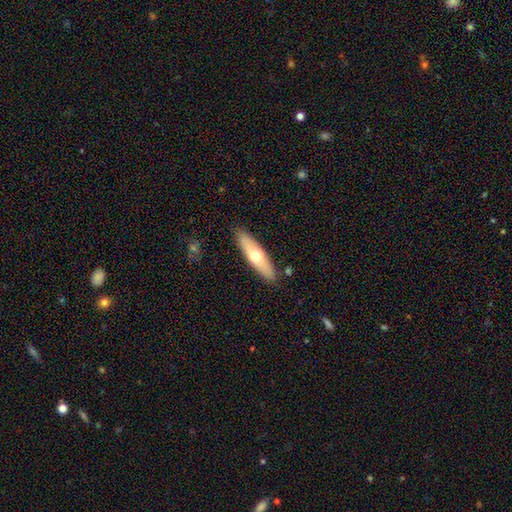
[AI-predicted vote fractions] smooth 56%, featured or disk 38%, star or artifact 5%. Down the decision tree: how rounded — cigar-shaped (61%); merging — none (88%).